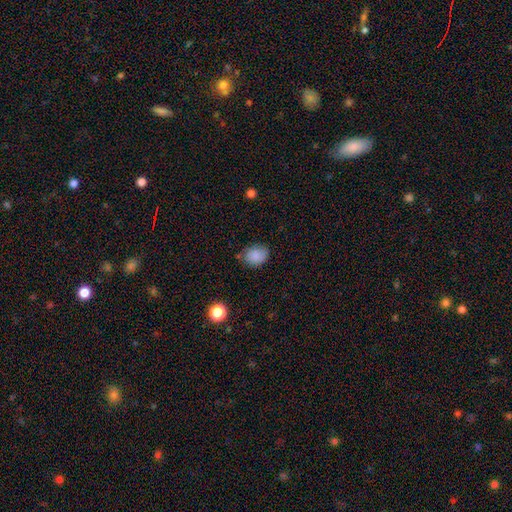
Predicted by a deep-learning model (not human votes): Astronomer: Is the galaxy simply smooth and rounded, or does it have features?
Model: smooth — 85%.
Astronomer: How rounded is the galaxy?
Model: in between — 57% (runner-up: round, 43%).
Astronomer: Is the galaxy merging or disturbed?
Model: none — 70%.